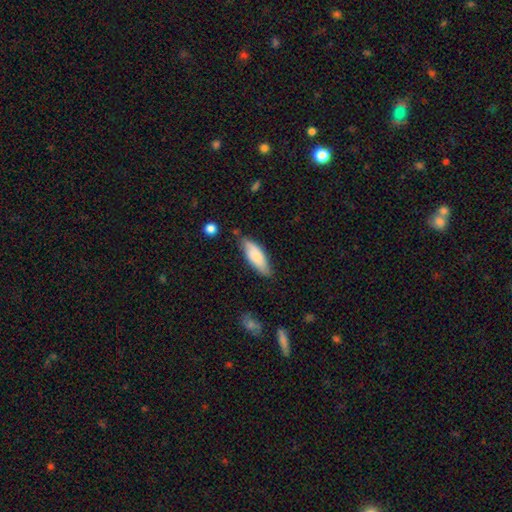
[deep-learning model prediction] Q: Smooth or featured?
A: smooth (77%); runner-up: featured or disk (17%)
Q: How rounded?
A: in between (65%); runner-up: cigar-shaped (33%)
Q: Merging?
A: none (73%); runner-up: minor disturbance (21%)